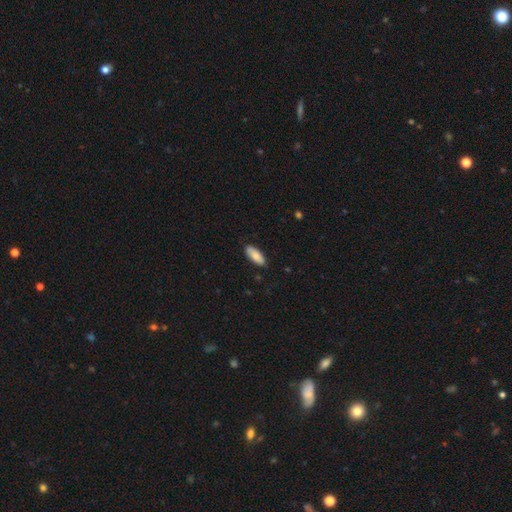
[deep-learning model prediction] A smooth galaxy with no disk features (83%) that is in between round and cigar-shaped (80%).

Vote fractions:
- Smooth or featured? smooth: 83% / featured or disk: 11% / star or artifact: 6%
- How rounded? in between: 80% / cigar-shaped: 18% / round: 2%
- Merging? none: 86% / minor disturbance: 11% / major disturbance: 2% / merger: 1%